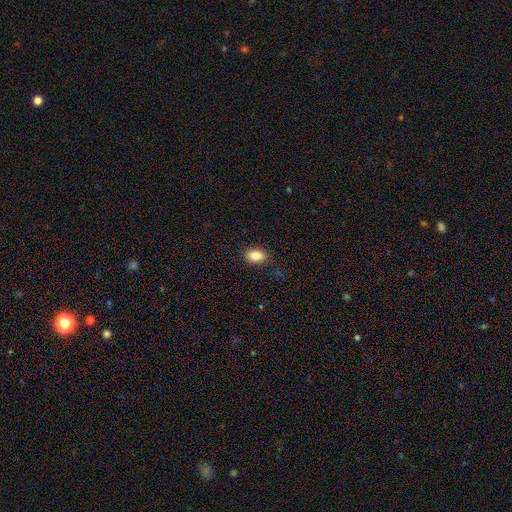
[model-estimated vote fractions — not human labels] This is clearly a smooth galaxy (84%). How rounded: clearly in between (81%). Merging: clearly none (85%).